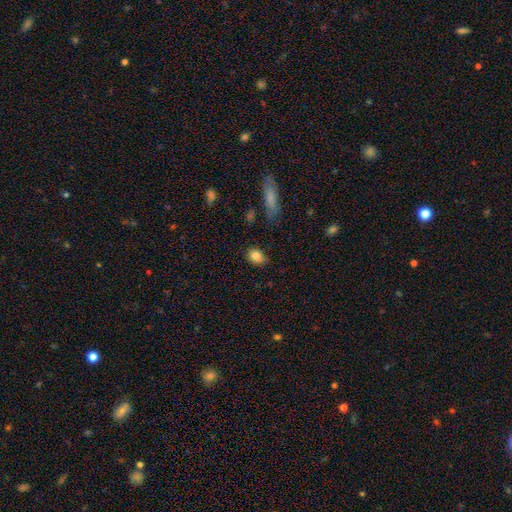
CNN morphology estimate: Smooth or featured: smooth — 83% (star or artifact — 10%)
How rounded: in between — 65% (round — 33%)
Merging: none — 71% (minor disturbance — 22%)